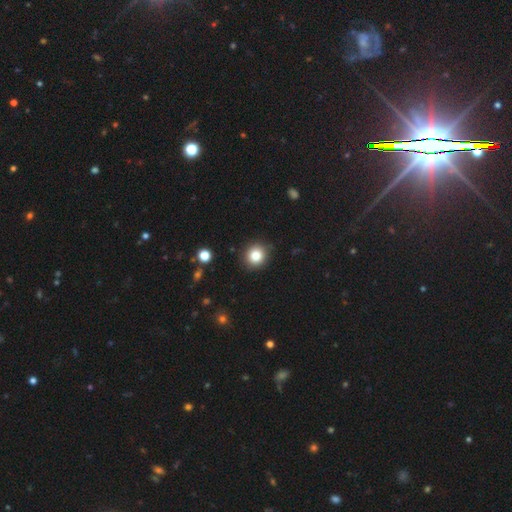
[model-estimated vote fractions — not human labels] This is clearly a smooth galaxy (81%). How rounded: clearly round (90%). Merging: clearly none (87%).